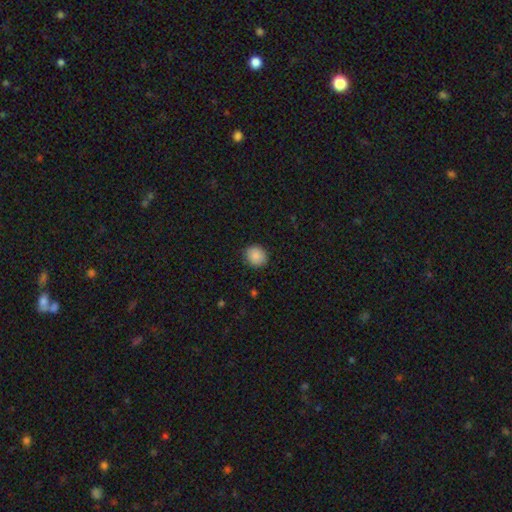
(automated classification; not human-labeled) This appears to be a smooth galaxy with no disk features (87%) that is round (81%). Merging: none (88%).